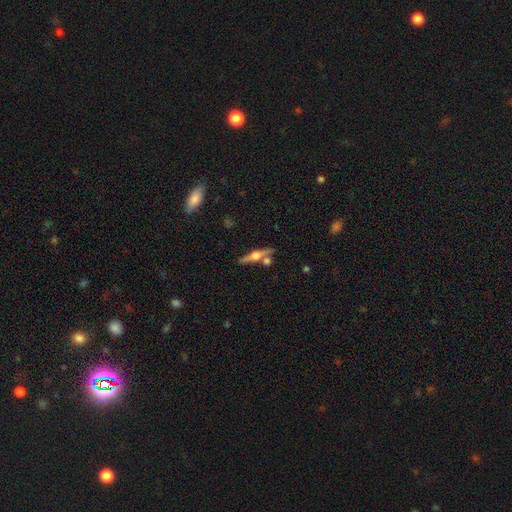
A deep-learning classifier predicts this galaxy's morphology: Q: Smooth or featured?
A: featured or disk (72%); runner-up: smooth (21%)
Q: Edge-on disk?
A: yes (96%); runner-up: no (4%)
Q: Edge-on bulge?
A: rounded (94%); runner-up: boxy (3%)
Q: Merging?
A: none (75%); runner-up: merger (13%)